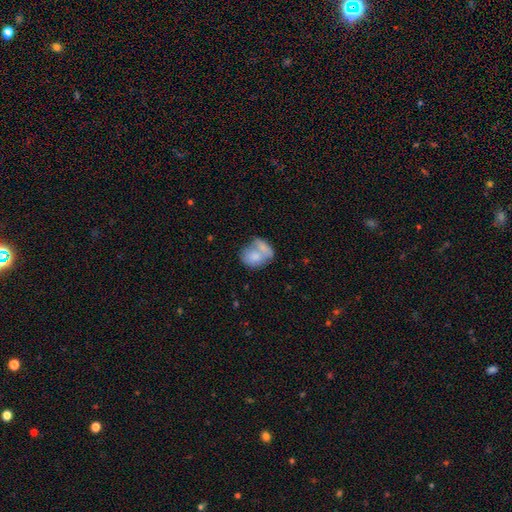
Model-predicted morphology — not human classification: This is likely a smooth galaxy (73%). How rounded: possibly in between (54%). Merging: possibly merger (57%).